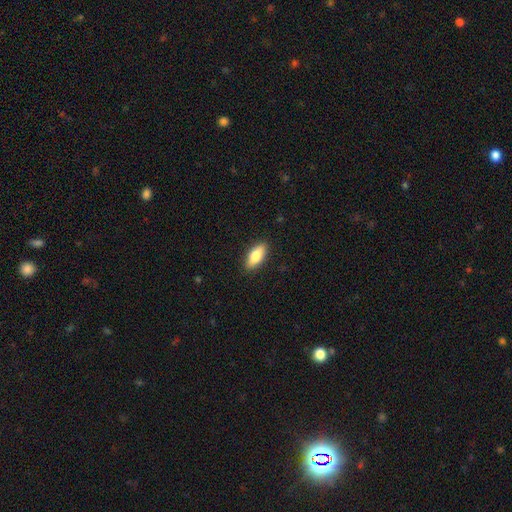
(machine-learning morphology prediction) smooth-or-featured: smooth: 79% | featured or disk: 15% | star or artifact: 6%
  how-rounded: in between: 81% | cigar-shaped: 16% | round: 3%
  merging: none: 88% | minor disturbance: 9% | major disturbance: 2% | merger: 1%